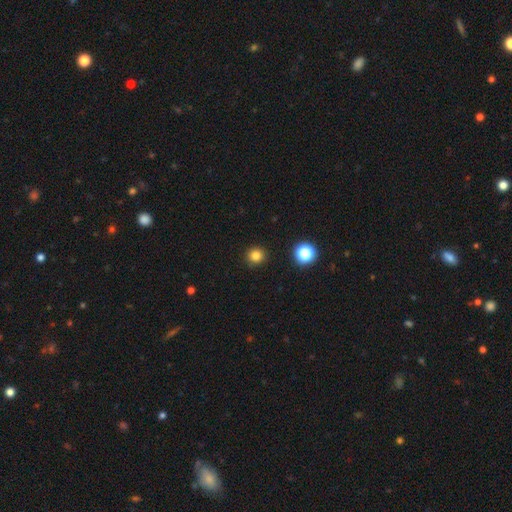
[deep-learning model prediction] The model was most divided on "smooth or featured": smooth: 80%, star or artifact: 15%, featured or disk: 5%. More confident: how rounded — round (93%); merging — none (92%).